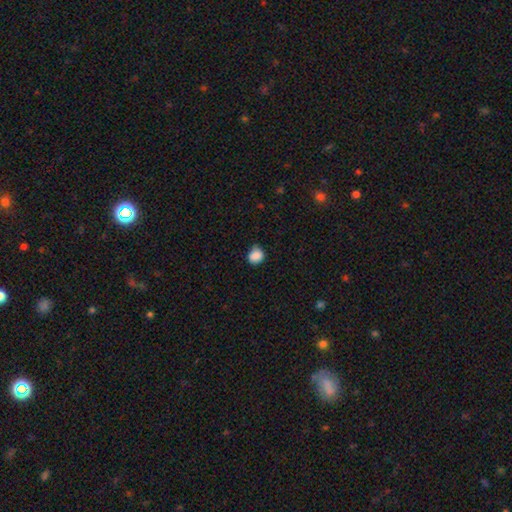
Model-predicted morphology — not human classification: This appears to be a smooth galaxy with no disk features (87%) that is round (69%). Merging: none (63%).